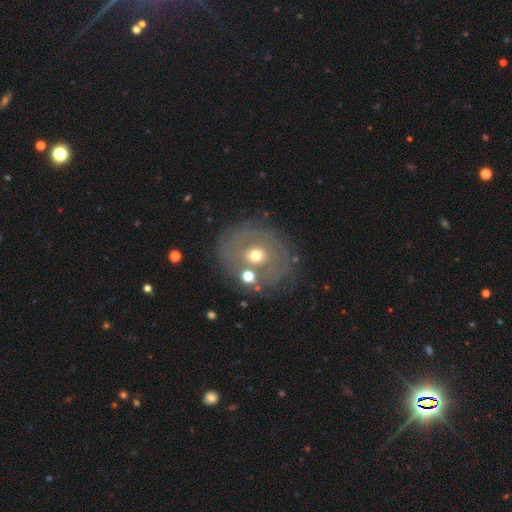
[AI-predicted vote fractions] featured or disk 57%, smooth 32%, star or artifact 11%. Down the decision tree: edge-on disk — no (95%); bar — no (86%); spiral arms — no (59%); bulge size — moderate (59%); merging — none (68%).